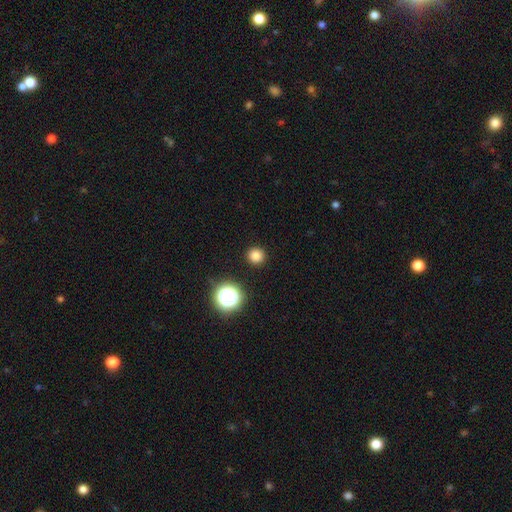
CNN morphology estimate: This is clearly a smooth galaxy (81%). How rounded: clearly round (92%). Merging: clearly none (92%).